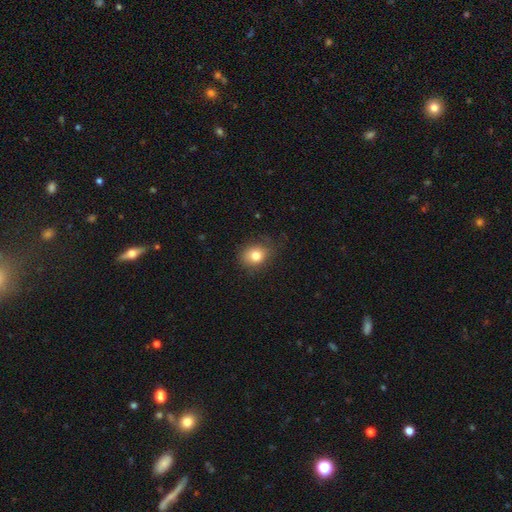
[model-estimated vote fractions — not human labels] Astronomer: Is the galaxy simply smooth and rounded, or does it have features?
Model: smooth — 80%.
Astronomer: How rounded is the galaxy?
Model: round — 61% (runner-up: in between, 38%).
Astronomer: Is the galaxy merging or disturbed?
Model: none — 77%.